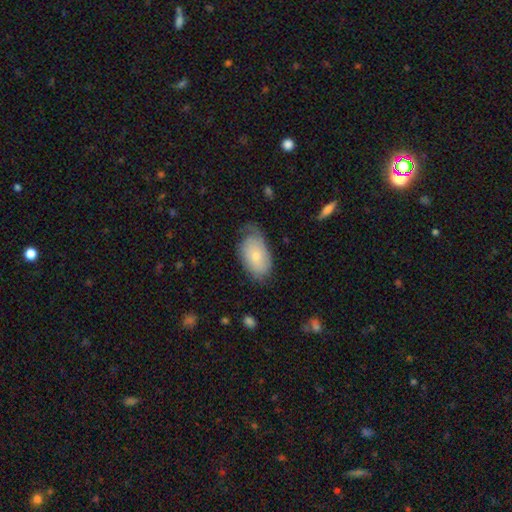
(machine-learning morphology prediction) Q: Smooth or featured?
A: smooth (56%); runner-up: featured or disk (37%)
Q: How rounded?
A: in between (92%); runner-up: round (6%)
Q: Merging?
A: none (50%); runner-up: minor disturbance (33%)